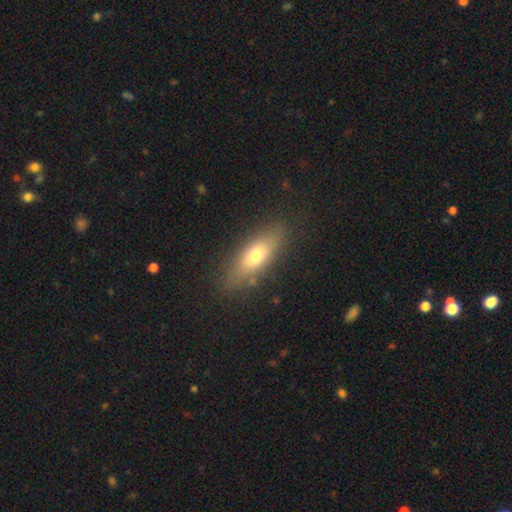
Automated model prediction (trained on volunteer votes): A smooth galaxy with no disk features (65%) that is in between round and cigar-shaped (58%).

Vote fractions:
- Smooth or featured? smooth: 65% / featured or disk: 27% / star or artifact: 8%
- How rounded? in between: 58% / cigar-shaped: 38% / round: 3%
- Merging? none: 83% / minor disturbance: 12% / major disturbance: 3% / merger: 2%